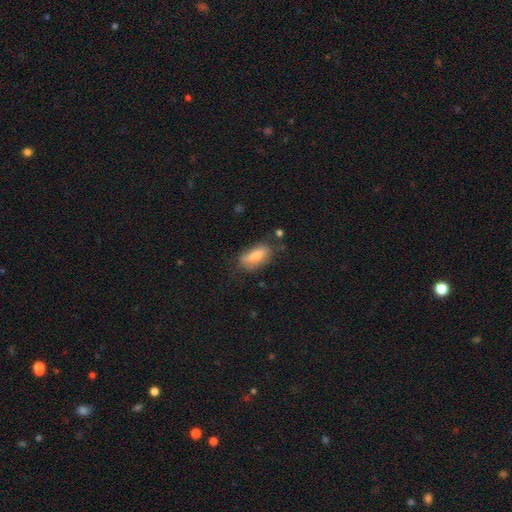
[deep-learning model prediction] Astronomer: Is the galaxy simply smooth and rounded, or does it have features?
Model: smooth — 73%.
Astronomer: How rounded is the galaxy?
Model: in between — 80%.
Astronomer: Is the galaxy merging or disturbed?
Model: none — 67%.